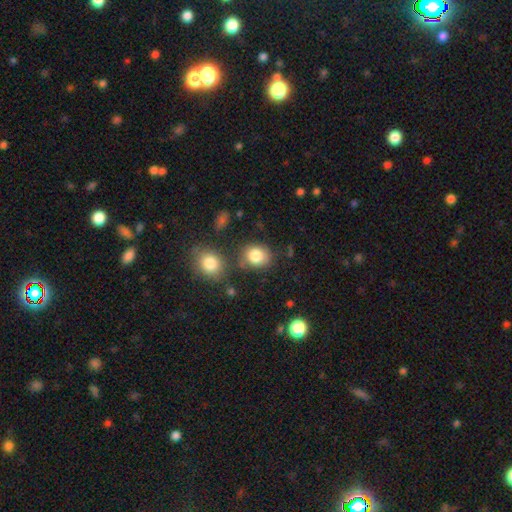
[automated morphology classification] A smooth galaxy with no disk features (82%) that is round (68%). Merging: none (71%).